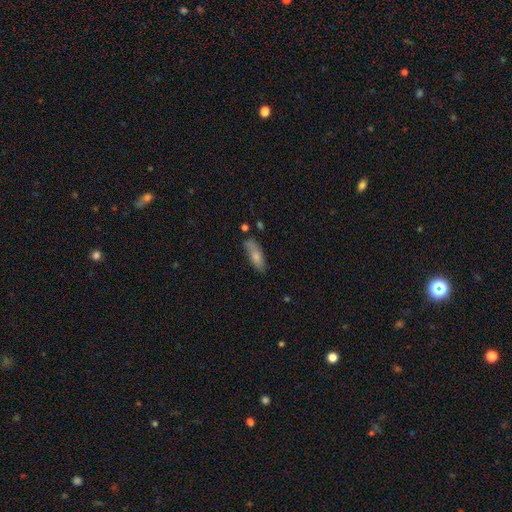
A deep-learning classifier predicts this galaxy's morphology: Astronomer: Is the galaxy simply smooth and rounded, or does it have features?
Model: smooth — 75%.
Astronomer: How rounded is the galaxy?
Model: in between — 59% (runner-up: cigar-shaped, 39%).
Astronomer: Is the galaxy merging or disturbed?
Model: none — 71%.